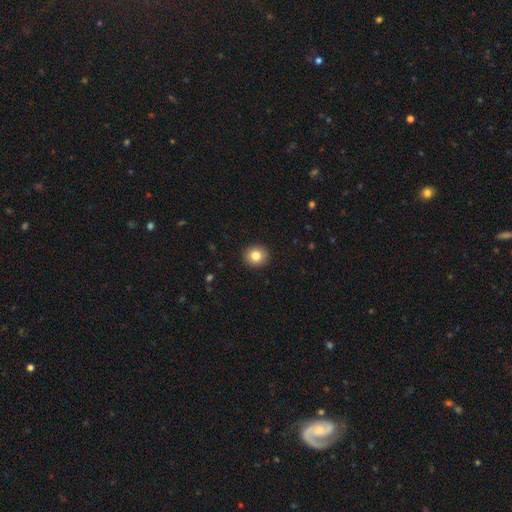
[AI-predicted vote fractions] Smooth or featured? smooth (82%)
How rounded? round (89%)
Merging? none (93%)